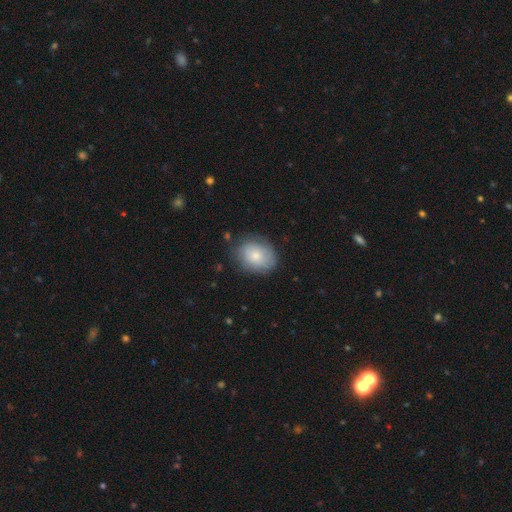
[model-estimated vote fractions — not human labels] smooth-or-featured: smooth: 76% | featured or disk: 17% | star or artifact: 7%
  how-rounded: round: 50% | in between: 49% | cigar-shaped: 1%
  merging: none: 77% | minor disturbance: 17% | major disturbance: 5% | merger: 1%